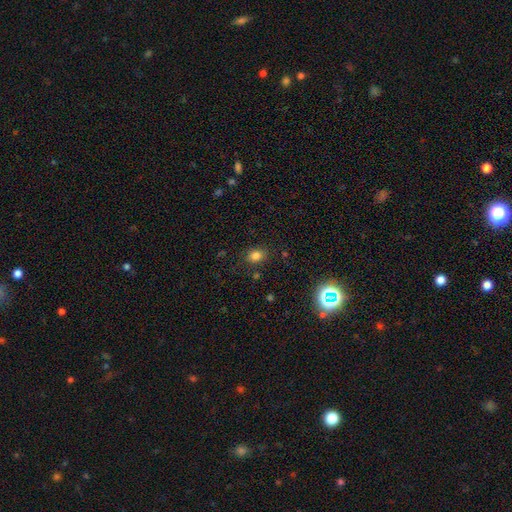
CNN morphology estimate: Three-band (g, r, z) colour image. It shows a smooth galaxy with no disk features (79%) that is in between round and cigar-shaped (53%). Merging: none (84%).